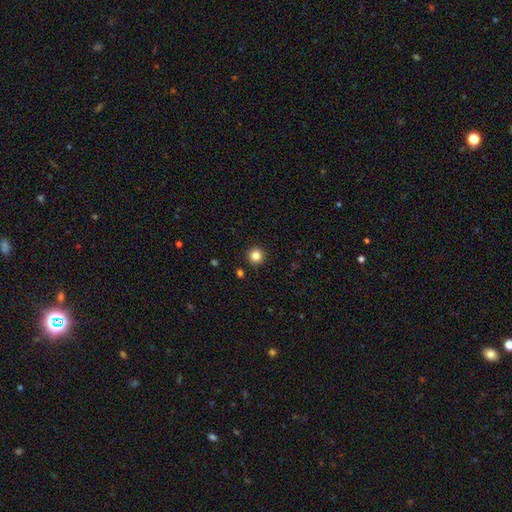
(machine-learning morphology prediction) Smooth or featured?
  - smooth: 84% *
  - star or artifact: 12%
  - featured or disk: 4%
How rounded?
  - round: 96% *
  - in between: 3%
  - cigar-shaped: 1%
Merging?
  - none: 92% *
  - minor disturbance: 5%
  - major disturbance: 2%
  - merger: 2%